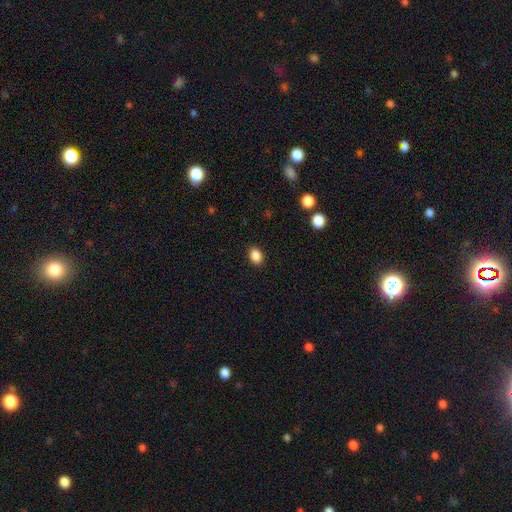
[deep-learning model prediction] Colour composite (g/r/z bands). It shows a smooth galaxy with no disk features (88%) that is in between round and cigar-shaped (68%). Merging: none (89%).